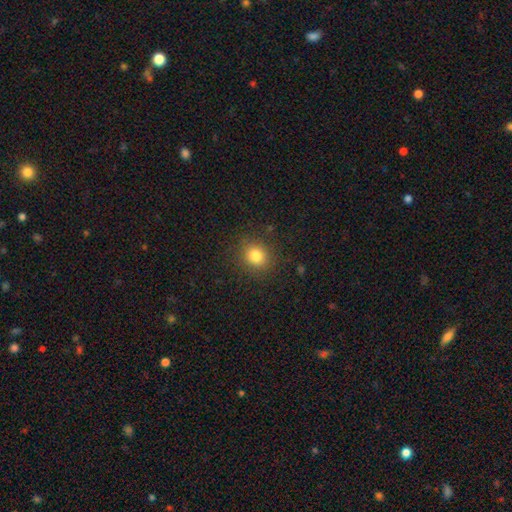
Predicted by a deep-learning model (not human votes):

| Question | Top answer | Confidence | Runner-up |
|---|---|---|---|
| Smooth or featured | smooth | 81% | star or artifact (13%) |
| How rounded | round | 79% | in between (20%) |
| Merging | none | 87% | minor disturbance (9%) |